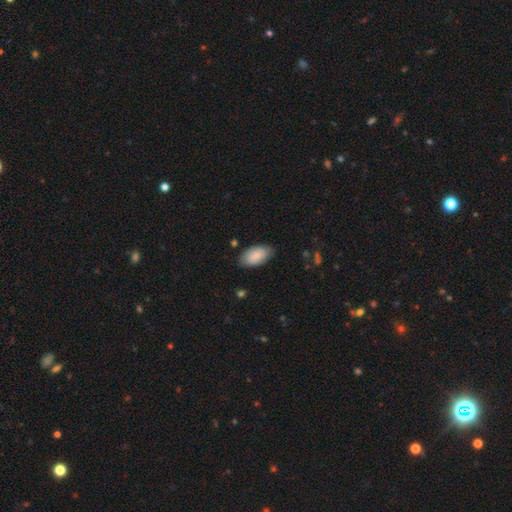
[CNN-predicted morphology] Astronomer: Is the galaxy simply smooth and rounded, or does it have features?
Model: smooth — 83%.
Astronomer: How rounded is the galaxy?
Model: in between — 95%.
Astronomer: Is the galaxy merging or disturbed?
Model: none — 80%.